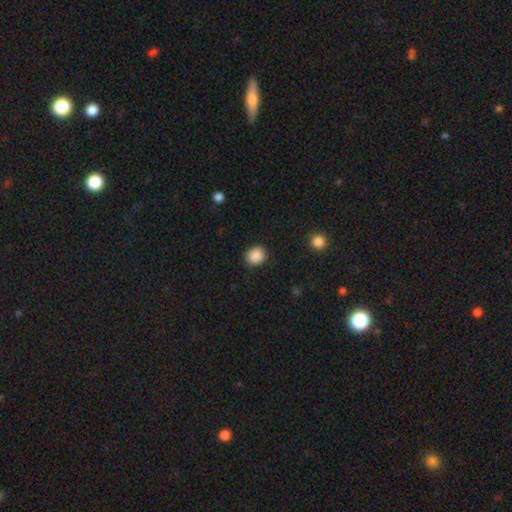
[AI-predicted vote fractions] Smooth or featured? Predicted: smooth (p=0.89). How rounded? Predicted: round (p=0.73). Merging? Predicted: none (p=0.89).